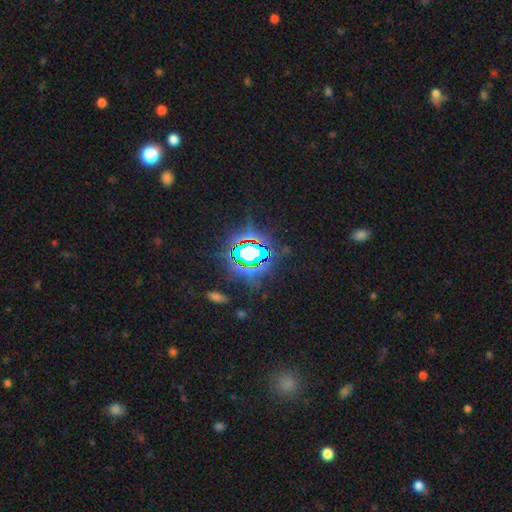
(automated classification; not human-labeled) Smooth or featured: star or artifact — 79% (smooth — 13%)